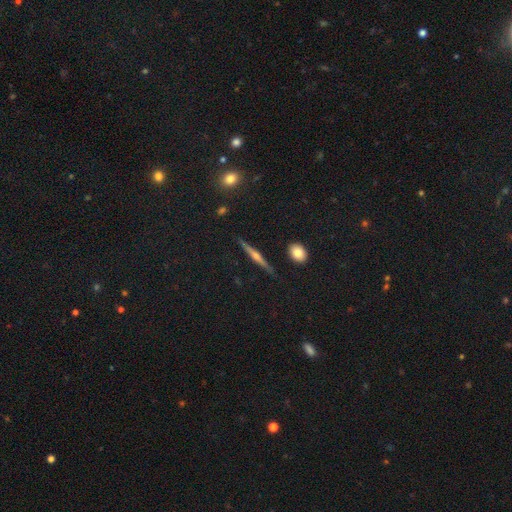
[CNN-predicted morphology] smooth-or-featured: featured or disk: 76% | smooth: 16% | star or artifact: 9%
  disk-edge-on: yes: 98% | no: 2%
    edge-on-bulge: rounded: 85% | none: 8% | boxy: 7%
  merging: none: 90% | minor disturbance: 6% | merger: 2% | major disturbance: 2%